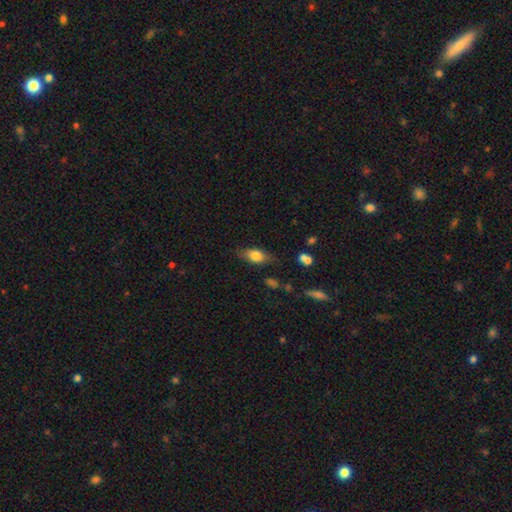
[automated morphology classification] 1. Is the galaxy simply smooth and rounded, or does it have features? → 75% smooth, 17% featured or disk, 8% star or artifact.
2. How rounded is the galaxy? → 83% in between, 9% cigar-shaped, 9% round.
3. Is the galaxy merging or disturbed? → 73% none, 20% minor disturbance, 5% major disturbance, 2% merger.